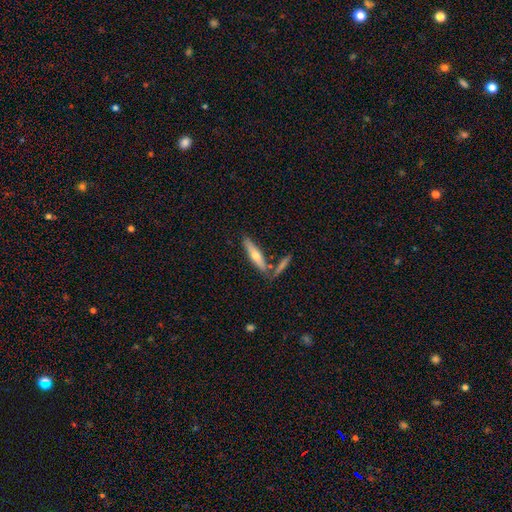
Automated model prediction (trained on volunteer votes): Morphology: type=smooth (55%); roundness=cigar-shaped (78%); merging=none (71%).